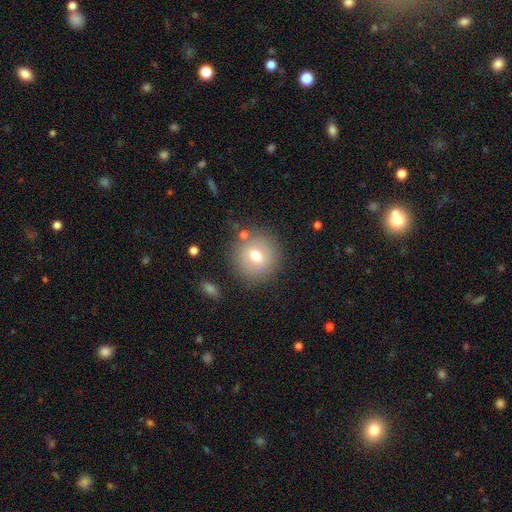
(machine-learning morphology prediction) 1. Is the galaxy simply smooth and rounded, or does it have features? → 67% smooth, 23% featured or disk, 11% star or artifact.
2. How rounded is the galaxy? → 91% round, 9% in between, 1% cigar-shaped.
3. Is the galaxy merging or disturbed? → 79% none, 11% minor disturbance, 5% merger, 5% major disturbance.